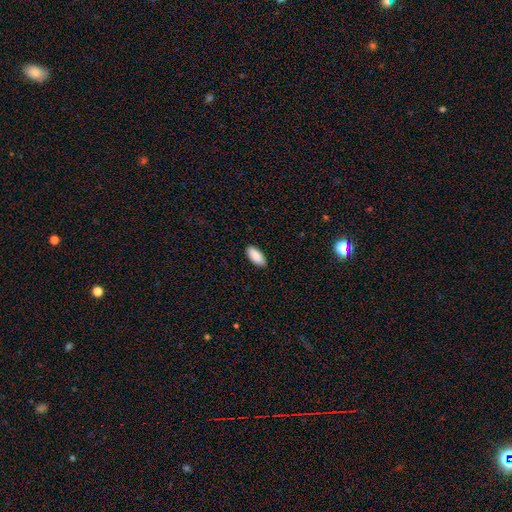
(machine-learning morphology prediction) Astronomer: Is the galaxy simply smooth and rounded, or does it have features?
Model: smooth — 90%.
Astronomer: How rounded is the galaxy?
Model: in between — 88%.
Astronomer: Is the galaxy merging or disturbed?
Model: none — 88%.